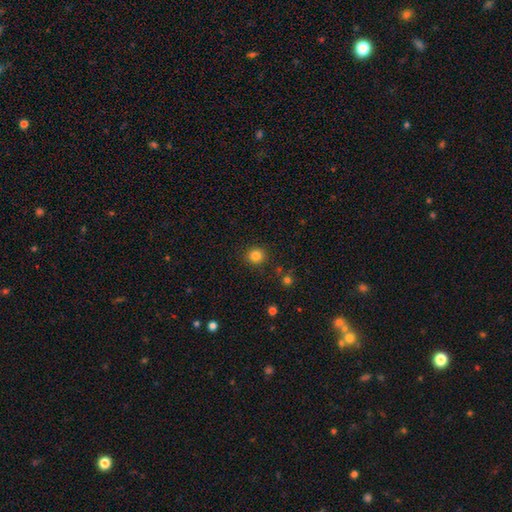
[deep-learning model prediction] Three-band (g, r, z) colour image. It shows a smooth galaxy with no disk features (82%) that is round (91%). Merging: none (89%).